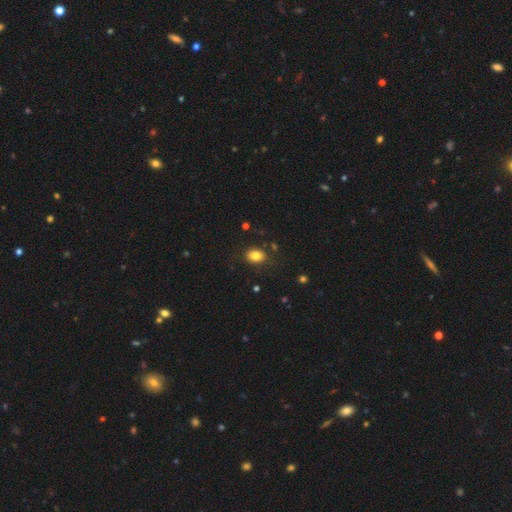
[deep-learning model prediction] A smooth galaxy with no disk features (83%) that is in between round and cigar-shaped (64%).

Vote fractions:
- Smooth or featured? smooth: 83% / star or artifact: 10% / featured or disk: 7%
- How rounded? in between: 64% / round: 35% / cigar-shaped: 1%
- Merging? none: 83% / minor disturbance: 12% / major disturbance: 3% / merger: 2%